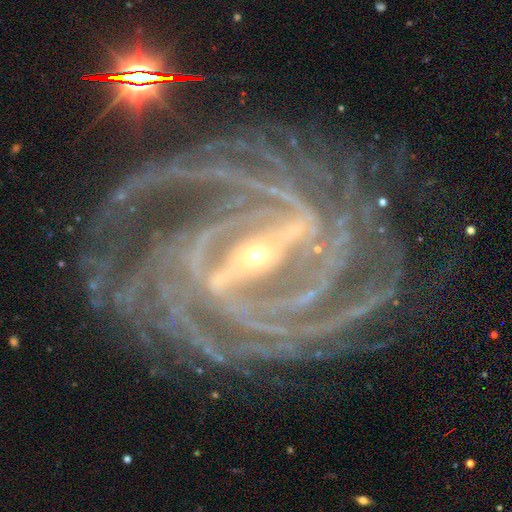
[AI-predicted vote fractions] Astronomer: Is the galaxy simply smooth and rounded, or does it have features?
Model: featured or disk — 93%.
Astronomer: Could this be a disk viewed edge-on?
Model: no — 97%.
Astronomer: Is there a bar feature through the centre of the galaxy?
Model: strong — 76%.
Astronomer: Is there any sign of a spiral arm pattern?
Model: yes — 99%.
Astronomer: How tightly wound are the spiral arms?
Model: tight — 76%.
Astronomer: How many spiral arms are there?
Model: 4 — 28% (runner-up: more than 4, 25%).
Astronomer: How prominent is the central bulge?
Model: small — 74%.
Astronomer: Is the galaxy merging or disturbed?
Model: none — 79%.